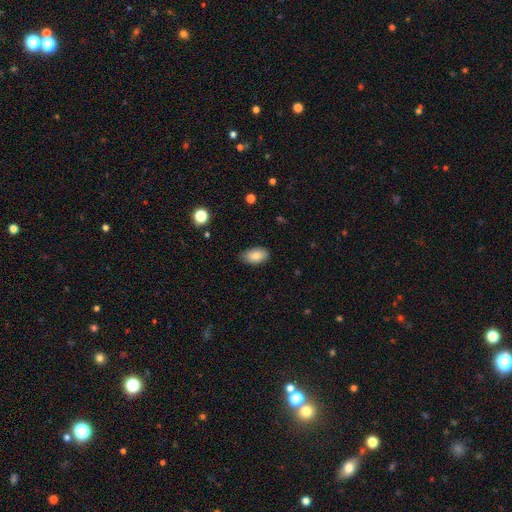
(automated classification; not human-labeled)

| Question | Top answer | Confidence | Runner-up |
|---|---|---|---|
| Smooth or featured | smooth | 84% | featured or disk (9%) |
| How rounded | in between | 92% | round (6%) |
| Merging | none | 79% | minor disturbance (17%) |